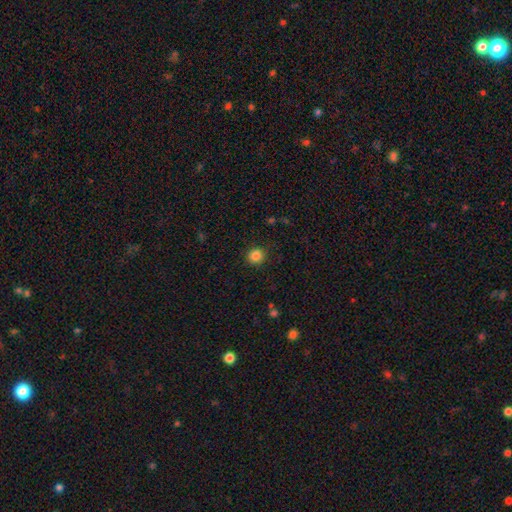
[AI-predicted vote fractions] Smooth or featured?
  - smooth: 85% *
  - star or artifact: 11%
  - featured or disk: 4%
How rounded?
  - round: 89% *
  - in between: 10%
  - cigar-shaped: 1%
Merging?
  - none: 90% *
  - minor disturbance: 6%
  - major disturbance: 2%
  - merger: 1%